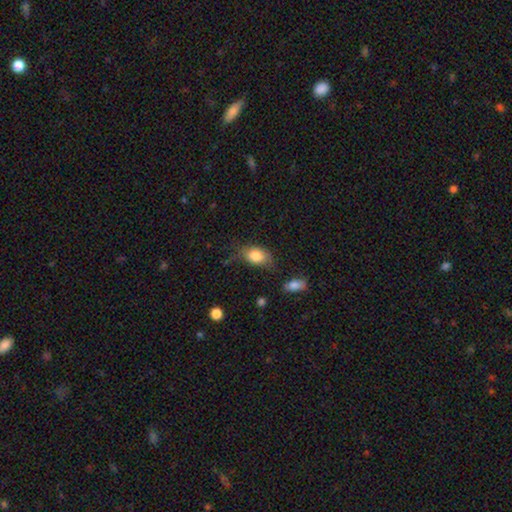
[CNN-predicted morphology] Overall: smooth (82%). How rounded: in between (84%). Merging: none (57%; minor disturbance 29%).